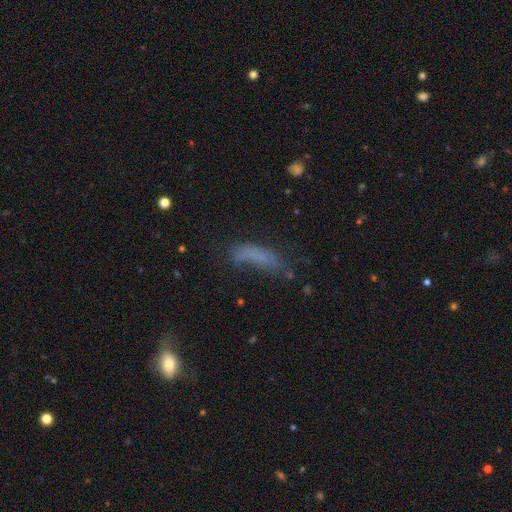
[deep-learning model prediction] smooth_or_featured: smooth (p=0.62) [alt: featured or disk p=0.20]
how_rounded: in between (p=0.51) [alt: cigar-shaped p=0.45]
merging: none (p=0.41) [alt: major disturbance p=0.27]